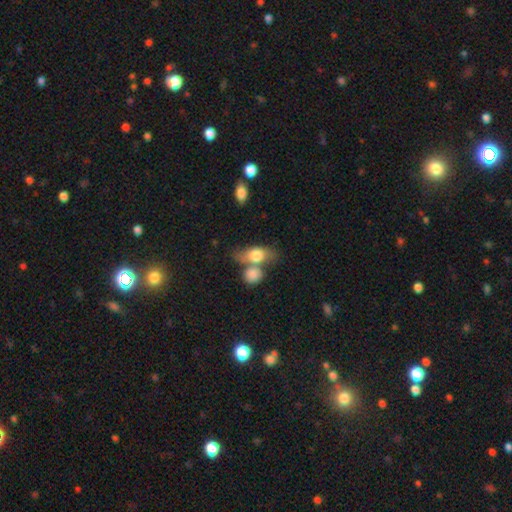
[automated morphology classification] smooth 70%, featured or disk 23%, star or artifact 7%. Down the decision tree: how rounded — in between (74%); merging — merger (42%).